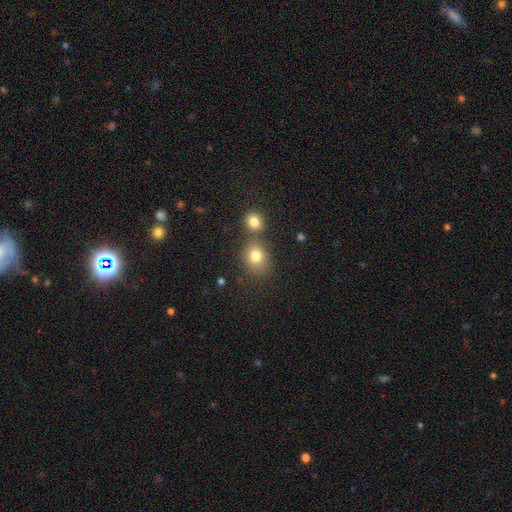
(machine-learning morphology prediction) Q: Smooth or featured?
A: smooth (78%); runner-up: star or artifact (13%)
Q: How rounded?
A: round (66%); runner-up: in between (33%)
Q: Merging?
A: none (58%); runner-up: merger (28%)